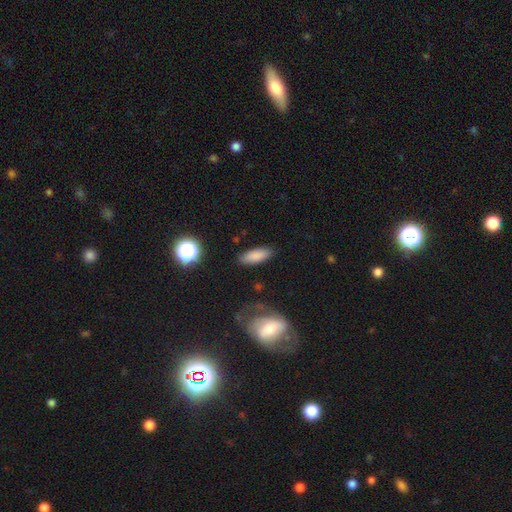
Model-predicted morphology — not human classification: The model was most divided on "how rounded": in between: 69%, cigar-shaped: 29%, round: 2%. More confident: smooth or featured — smooth (85%); merging — none (84%).